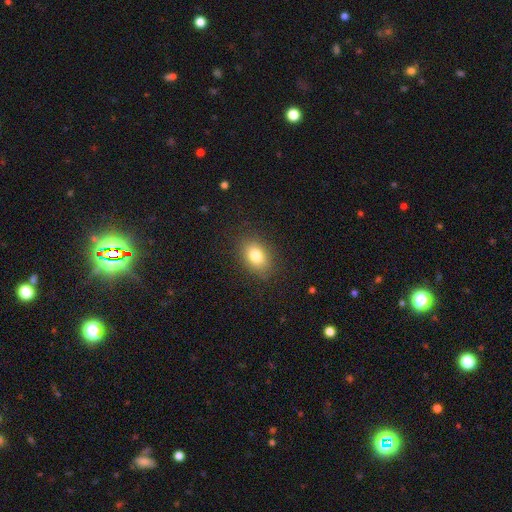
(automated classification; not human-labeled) smooth 81%, star or artifact 10%, featured or disk 9%. Down the decision tree: how rounded — in between (79%); merging — none (85%).